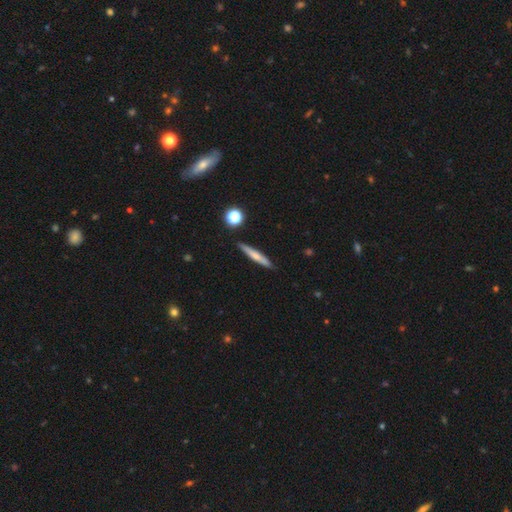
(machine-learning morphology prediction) Smooth or featured: smooth — 58% (featured or disk — 34%)
How rounded: cigar-shaped — 92% (in between — 6%)
Merging: none — 88% (minor disturbance — 8%)